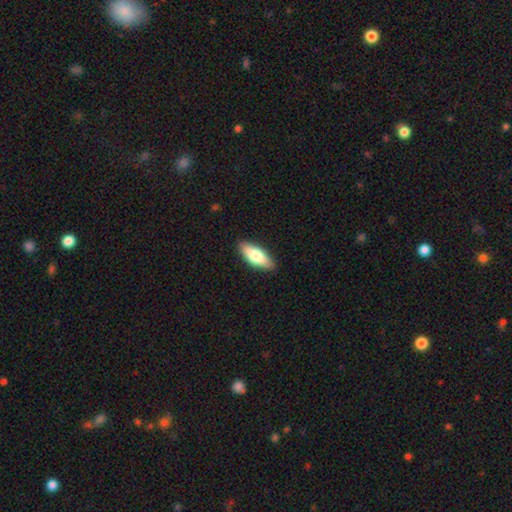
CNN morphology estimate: Smooth or featured? smooth (71%)
How rounded? in between (74%)
Merging? none (88%)